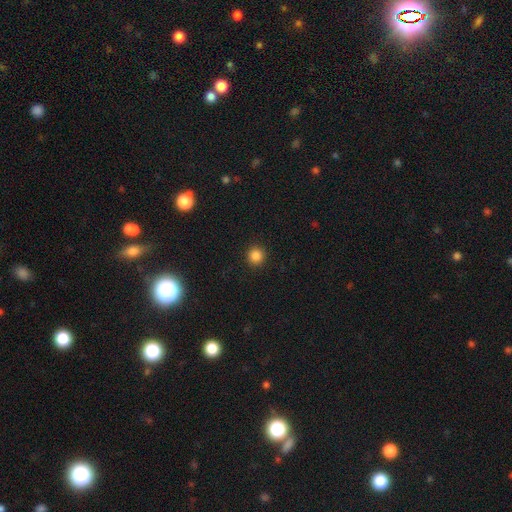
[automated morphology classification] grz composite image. It shows a smooth galaxy with no disk features (86%) that is round (95%). Merging: none (92%).